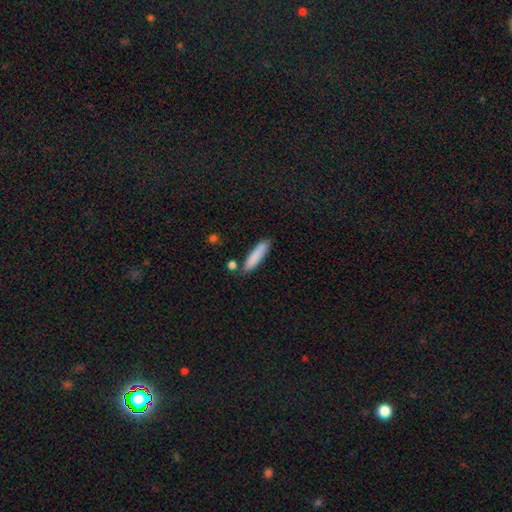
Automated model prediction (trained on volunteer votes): Smooth or featured?
  - smooth: 85% *
  - featured or disk: 8%
  - star or artifact: 6%
How rounded?
  - cigar-shaped: 80% *
  - in between: 18%
  - round: 1%
Merging?
  - none: 81% *
  - minor disturbance: 12%
  - merger: 5%
  - major disturbance: 2%